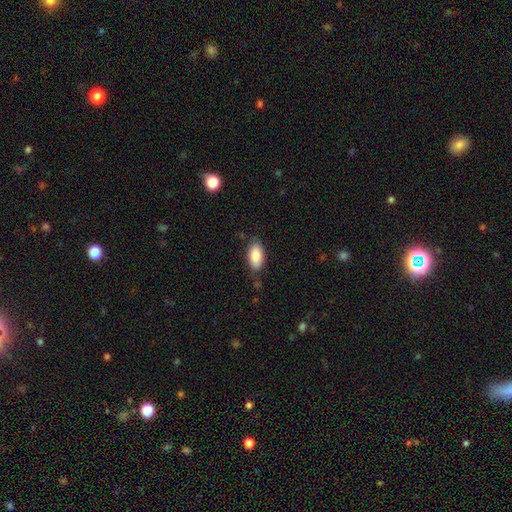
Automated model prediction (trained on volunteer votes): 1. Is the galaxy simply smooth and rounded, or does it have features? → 86% smooth, 7% featured or disk, 6% star or artifact.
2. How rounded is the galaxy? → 92% in between, 6% cigar-shaped, 3% round.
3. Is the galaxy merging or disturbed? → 77% none, 17% minor disturbance, 4% major disturbance, 2% merger.